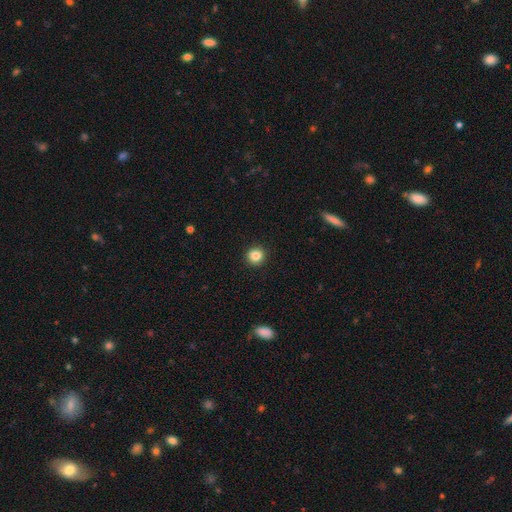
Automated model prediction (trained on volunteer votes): smooth-or-featured: smooth: 85% | star or artifact: 10% | featured or disk: 5%
  how-rounded: round: 90% | in between: 9% | cigar-shaped: 1%
  merging: none: 92% | minor disturbance: 5% | major disturbance: 2% | merger: 1%